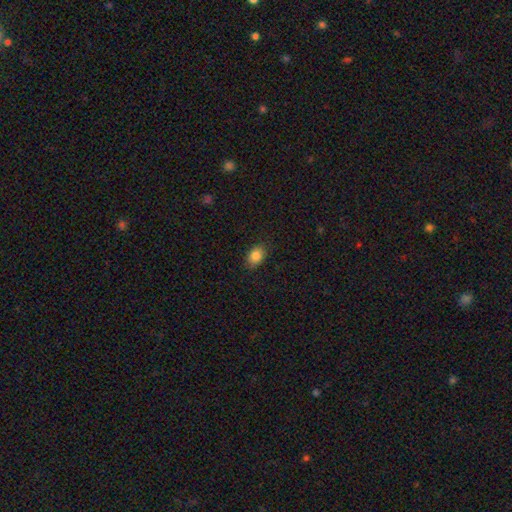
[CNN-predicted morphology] Smooth or featured? smooth (85%)
How rounded? in between (75%)
Merging? none (86%)